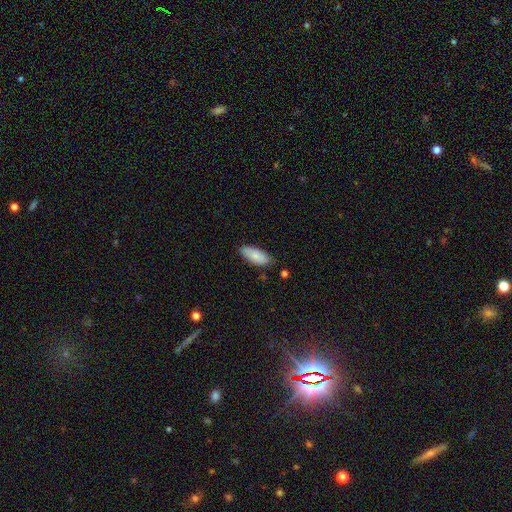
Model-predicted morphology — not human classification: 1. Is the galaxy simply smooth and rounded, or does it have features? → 77% smooth, 16% featured or disk, 6% star or artifact.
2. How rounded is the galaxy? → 86% in between, 12% cigar-shaped, 2% round.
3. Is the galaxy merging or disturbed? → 74% none, 21% minor disturbance, 3% major disturbance, 2% merger.